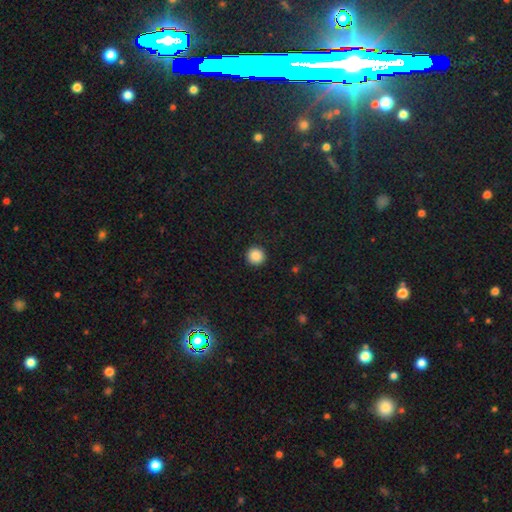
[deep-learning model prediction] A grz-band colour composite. It shows a smooth galaxy with no disk features (88%) that is round (95%). Merging: none (92%).